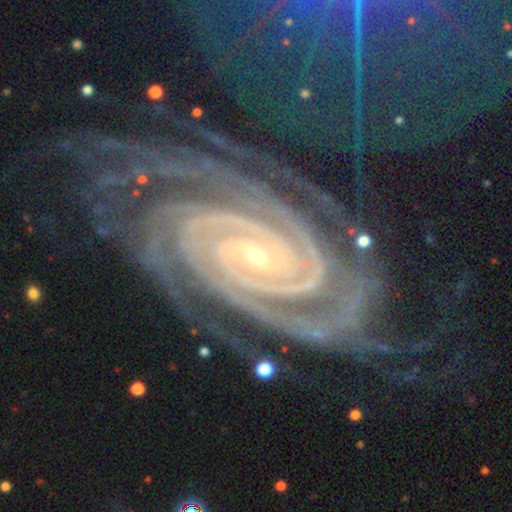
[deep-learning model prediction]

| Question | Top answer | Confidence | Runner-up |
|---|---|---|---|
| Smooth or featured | featured or disk | 90% | star or artifact (7%) |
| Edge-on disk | no | 97% | yes (3%) |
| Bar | no | 49% | weak (27%) |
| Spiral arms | yes | 99% | no (1%) |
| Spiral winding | tight | 87% | medium (11%) |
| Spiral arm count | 2 | 35% | 3 (17%) |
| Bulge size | small | 84% | moderate (12%) |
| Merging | none | 70% | minor disturbance (19%) |